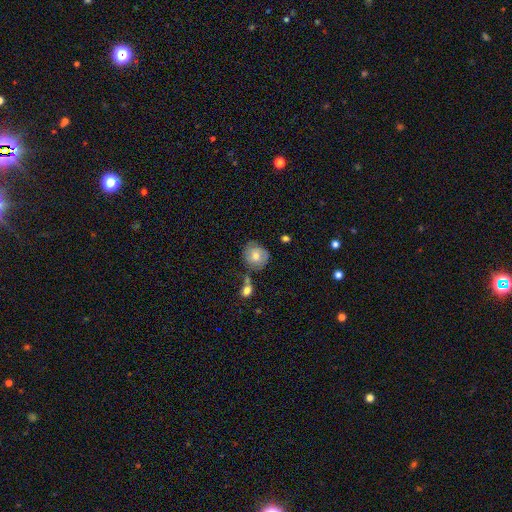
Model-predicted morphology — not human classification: Smooth or featured? smooth (62%)
How rounded? round (81%)
Merging? none (66%)